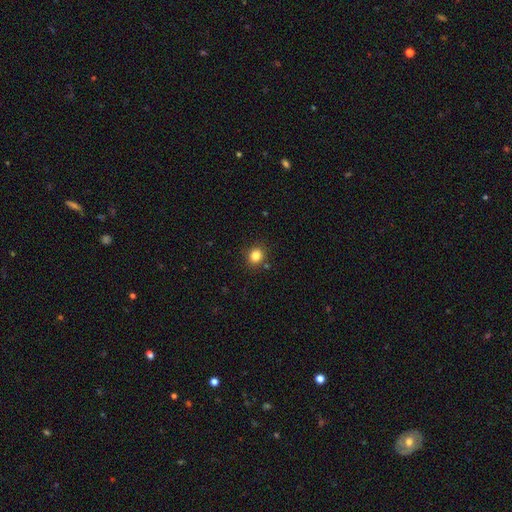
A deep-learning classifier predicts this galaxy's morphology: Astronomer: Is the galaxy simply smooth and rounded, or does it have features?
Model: smooth — 83%.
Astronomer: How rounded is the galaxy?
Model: round — 81%.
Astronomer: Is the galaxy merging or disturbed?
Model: none — 87%.